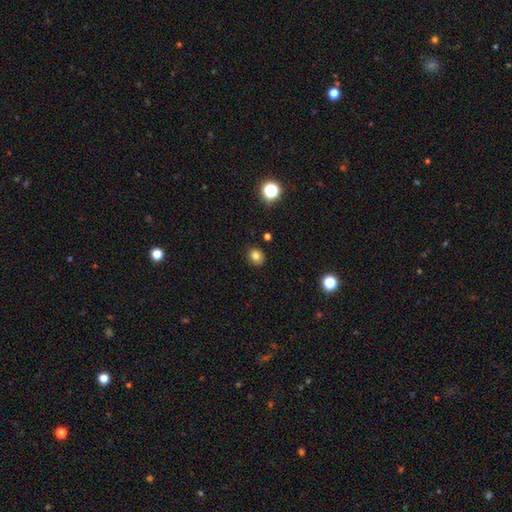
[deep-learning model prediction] Overall: smooth (80%). How rounded: round (72%). Merging: none (88%).